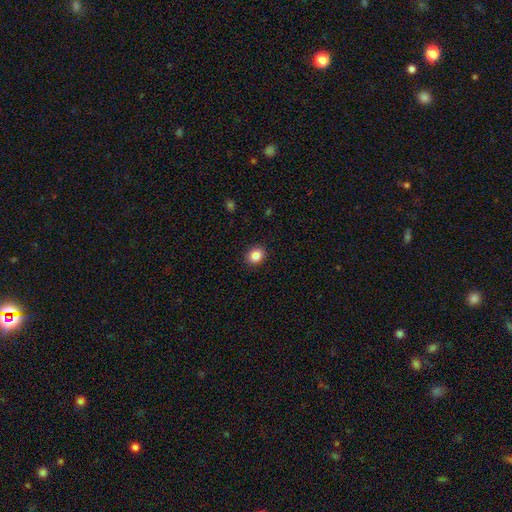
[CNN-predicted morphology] This appears to be a smooth galaxy with no disk features (86%) that is round (62%). Merging: none (90%).